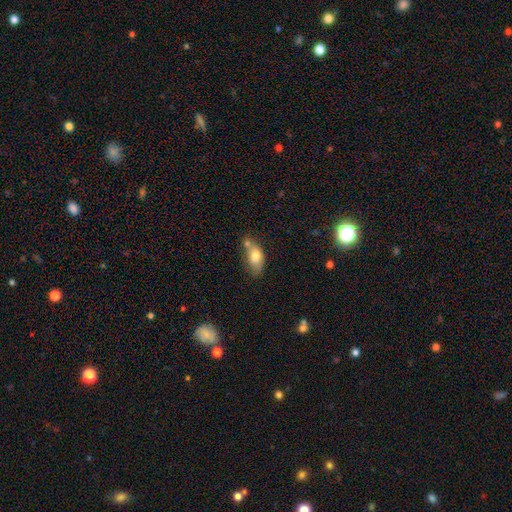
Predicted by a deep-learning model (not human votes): smooth-or-featured: smooth: 74% | featured or disk: 18% | star or artifact: 8%
  how-rounded: in between: 87% | round: 7% | cigar-shaped: 6%
  merging: none: 37% | merger: 29% | minor disturbance: 25% | major disturbance: 9%